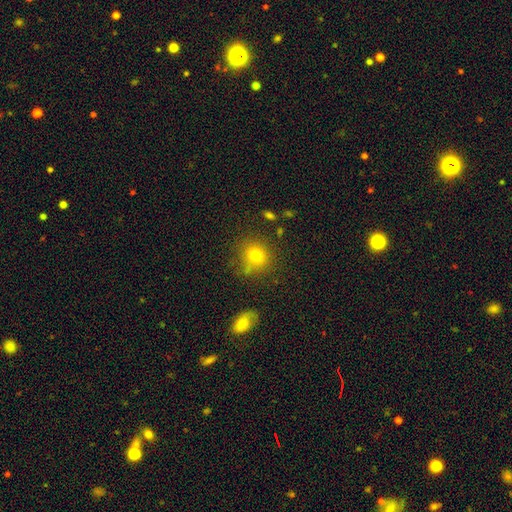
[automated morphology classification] Smooth or featured?
  - smooth: 76% *
  - star or artifact: 14%
  - featured or disk: 10%
How rounded?
  - round: 85% *
  - in between: 14%
  - cigar-shaped: 1%
Merging?
  - none: 75% *
  - minor disturbance: 14%
  - merger: 6%
  - major disturbance: 5%